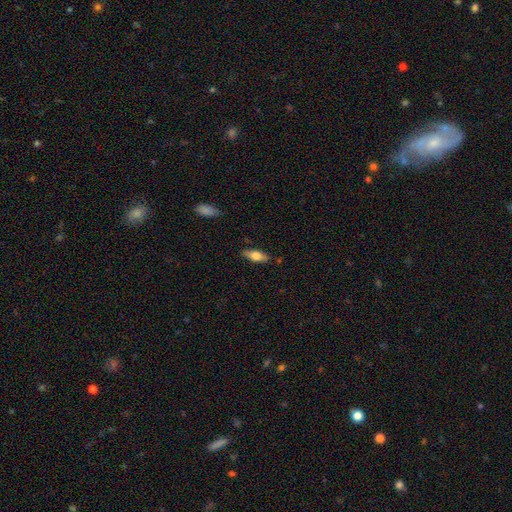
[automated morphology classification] smooth 62%, featured or disk 31%, star or artifact 7%. Down the decision tree: how rounded — in between (72%); merging — none (84%).